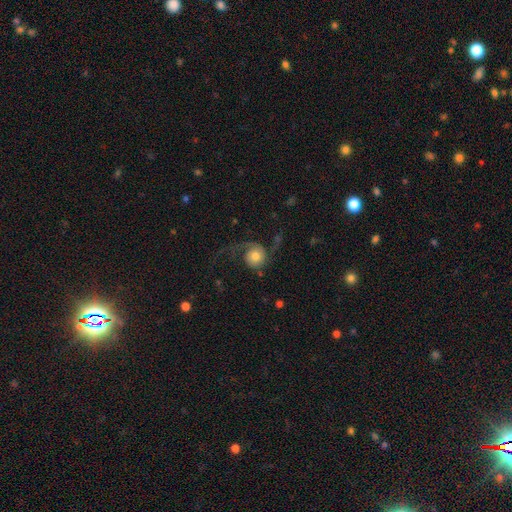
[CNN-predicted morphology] smooth-or-featured: featured or disk: 58% | smooth: 34% | star or artifact: 7%
  disk-edge-on: no: 97% | yes: 3%
    bar: no: 79% | weak: 18% | strong: 3%
    has-spiral-arms: yes: 90% | no: 10%
      spiral-winding: loose: 67% | medium: 25% | tight: 8%
      spiral-arm-count: 1: 48% | 2: 45% | can't tell: 3% | 3: 2% | 4: 1% | more than 4: 1%
    bulge-size: moderate: 49% | large: 26% | small: 14% | dominant: 8% | none: 3%
  merging: none: 41% | major disturbance: 40% | minor disturbance: 16% | merger: 3%